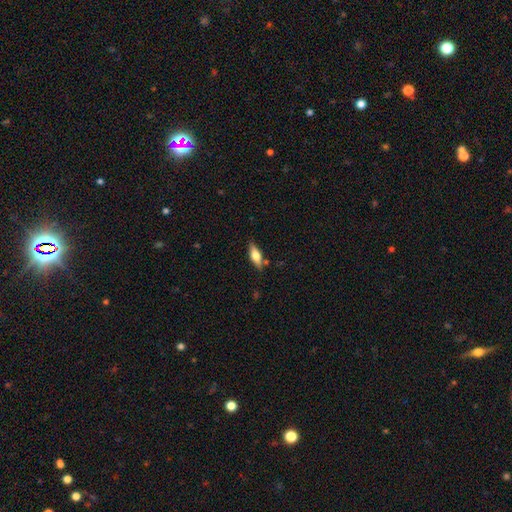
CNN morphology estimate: type=smooth (55%); roundness=in between (60%); merging=none (80%).